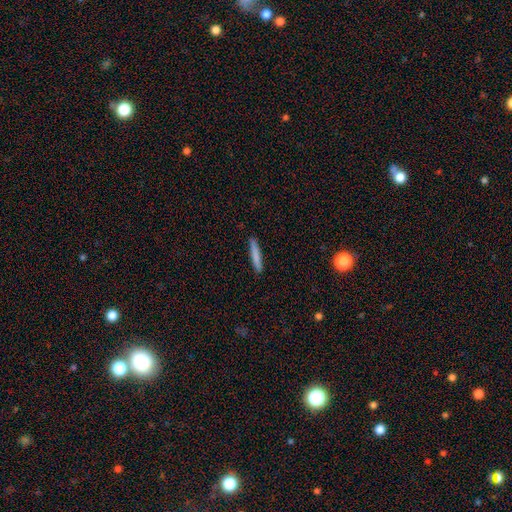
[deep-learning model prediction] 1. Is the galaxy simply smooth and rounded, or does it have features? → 78% smooth, 16% featured or disk, 6% star or artifact.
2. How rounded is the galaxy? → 95% cigar-shaped, 4% in between, 1% round.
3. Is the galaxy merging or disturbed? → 90% none, 7% minor disturbance, 2% major disturbance, 1% merger.